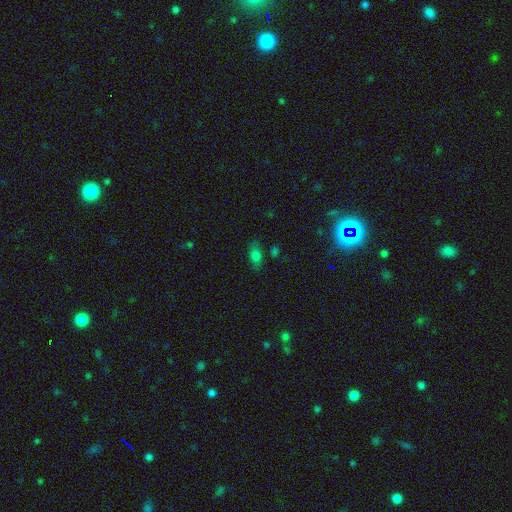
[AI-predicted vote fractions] Smooth or featured? Predicted: smooth (p=0.71). How rounded? Predicted: in between (p=0.82). Merging? Predicted: none (p=0.78).